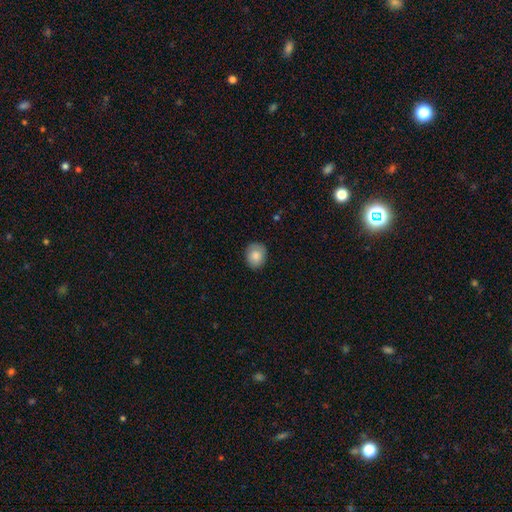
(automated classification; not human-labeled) The model was most divided on "how rounded": round: 69%, in between: 30%, cigar-shaped: 1%. More confident: merging — none (86%); smooth or featured — smooth (83%).